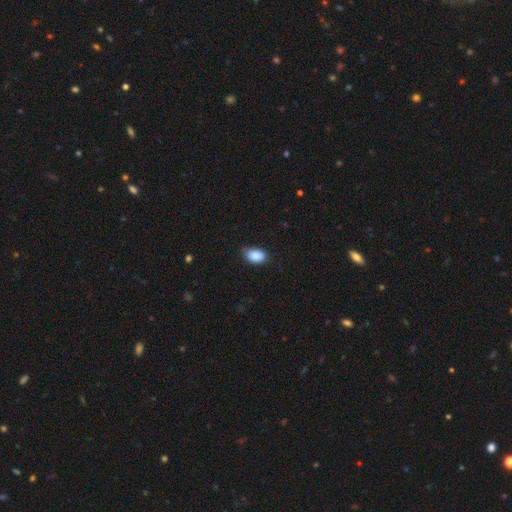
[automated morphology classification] The model was most divided on "merging": none: 69%, minor disturbance: 26%, major disturbance: 4%, merger: 1%. More confident: smooth or featured — smooth (88%); how rounded — in between (87%).